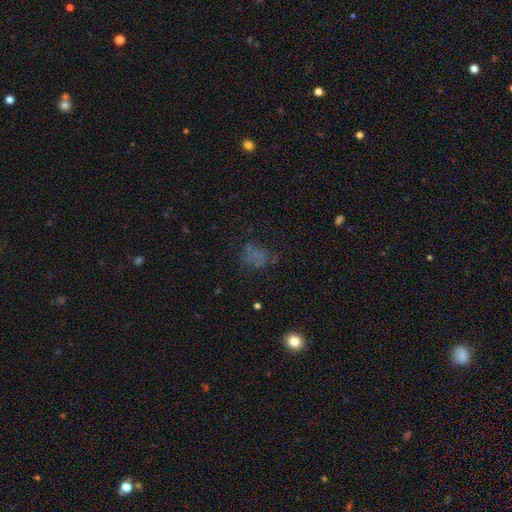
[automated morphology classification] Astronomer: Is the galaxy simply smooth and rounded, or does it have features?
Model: smooth — 47% (runner-up: star or artifact, 27%).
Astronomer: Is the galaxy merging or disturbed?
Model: none — 54%.